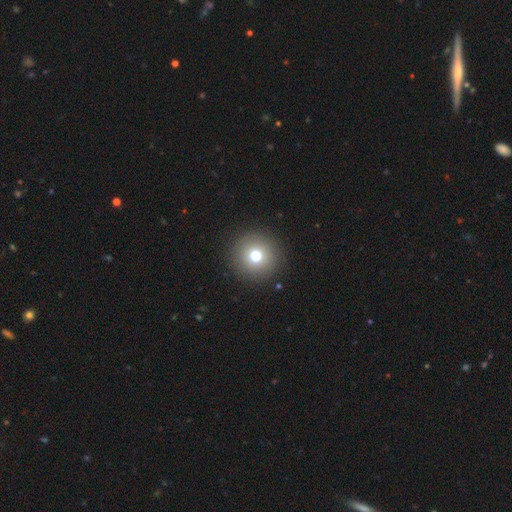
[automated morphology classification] type=smooth (71%); roundness=round (96%); merging=none (91%).